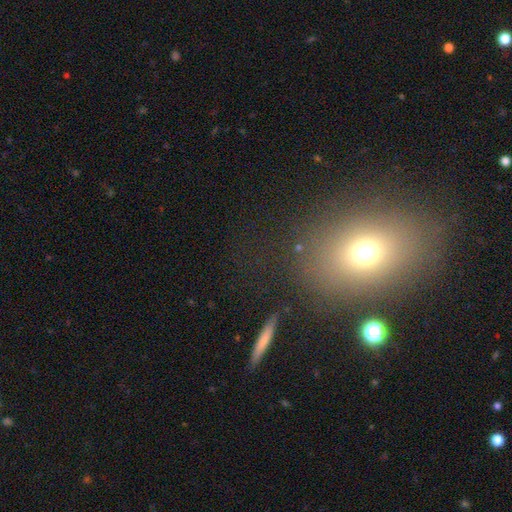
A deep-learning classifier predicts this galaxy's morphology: A smooth galaxy with no disk features (56%) that is in between round and cigar-shaped (53%). Merging: none (79%).